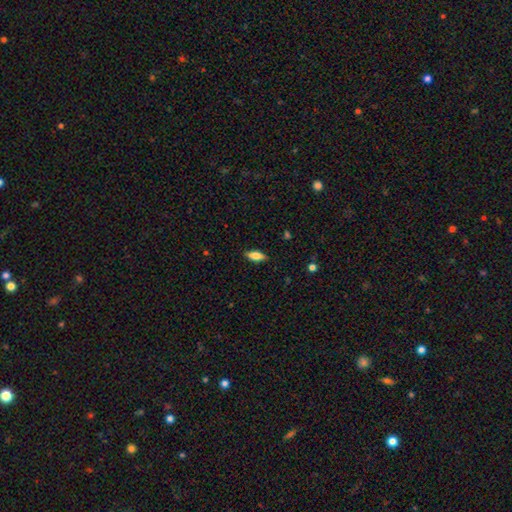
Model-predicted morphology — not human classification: smooth-or-featured: smooth: 74% | featured or disk: 19% | star or artifact: 7%
  how-rounded: in between: 77% | cigar-shaped: 20% | round: 3%
  merging: none: 86% | minor disturbance: 11% | major disturbance: 2% | merger: 1%